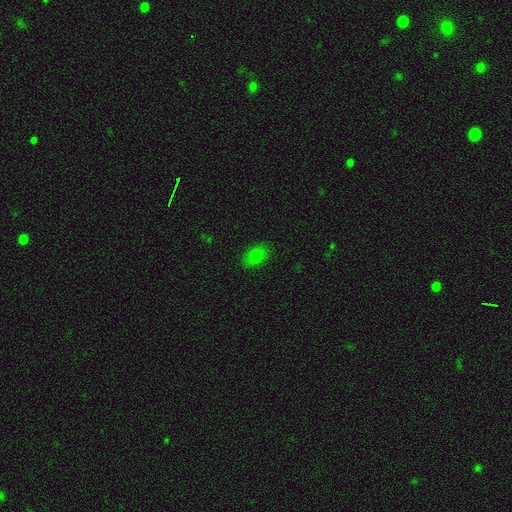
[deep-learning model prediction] smooth 76%, star or artifact 14%, featured or disk 10%. Down the decision tree: how rounded — in between (80%); merging — none (83%).